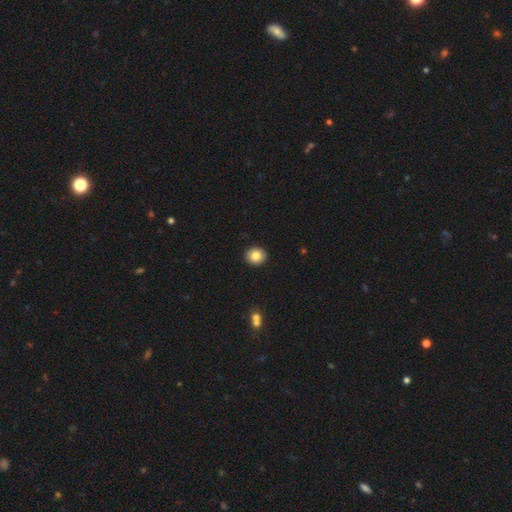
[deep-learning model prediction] Smooth or featured?
  - smooth: 84% *
  - star or artifact: 9%
  - featured or disk: 8%
How rounded?
  - round: 80% *
  - in between: 19%
  - cigar-shaped: 1%
Merging?
  - none: 92% *
  - minor disturbance: 5%
  - major disturbance: 1%
  - merger: 1%